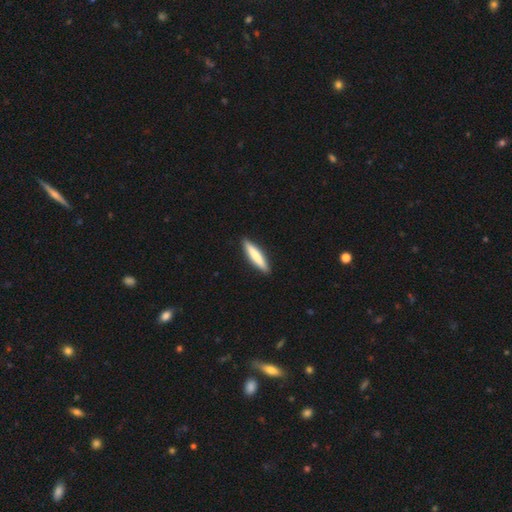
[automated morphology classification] type=smooth (73%); roundness=cigar-shaped (89%); merging=none (91%).